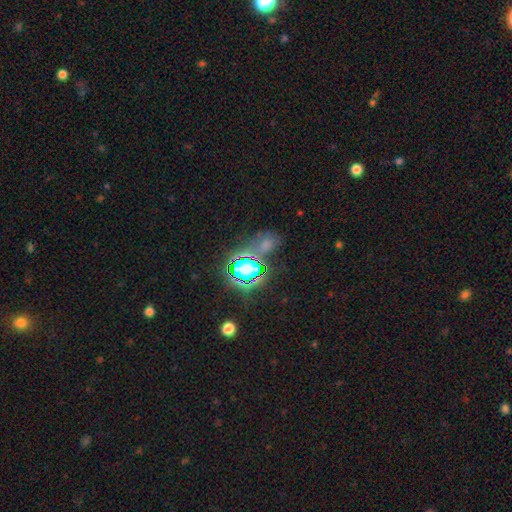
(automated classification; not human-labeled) star or artifact 78%, smooth 14%, featured or disk 8%.